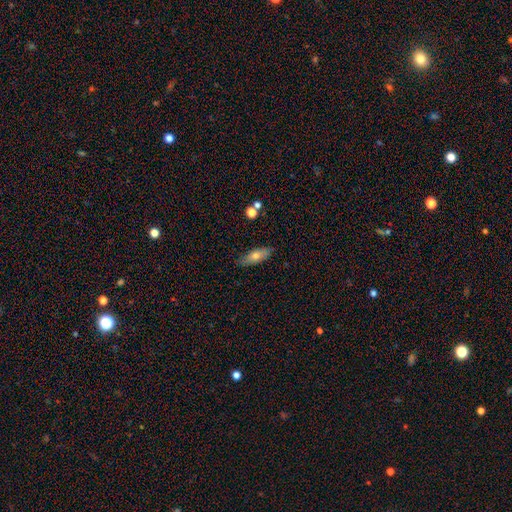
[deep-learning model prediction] smooth_or_featured: smooth (p=0.67) [alt: featured or disk p=0.25]
how_rounded: in between (p=0.65) [alt: cigar-shaped p=0.31]
merging: none (p=0.82) [alt: minor disturbance p=0.14]